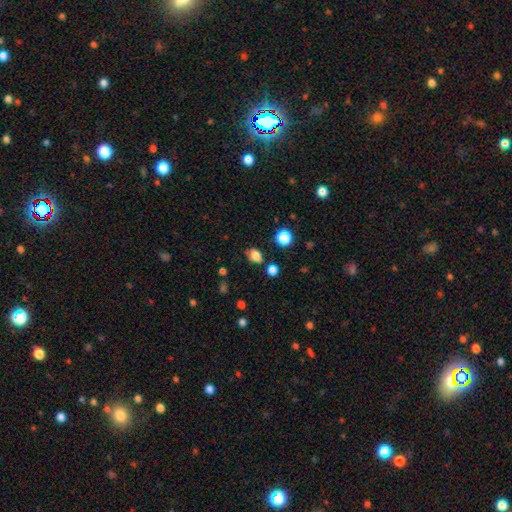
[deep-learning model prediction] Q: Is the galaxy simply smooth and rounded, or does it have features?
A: smooth — 80%.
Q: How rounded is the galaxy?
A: in between — 62%.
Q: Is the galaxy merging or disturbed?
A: none — 75%.